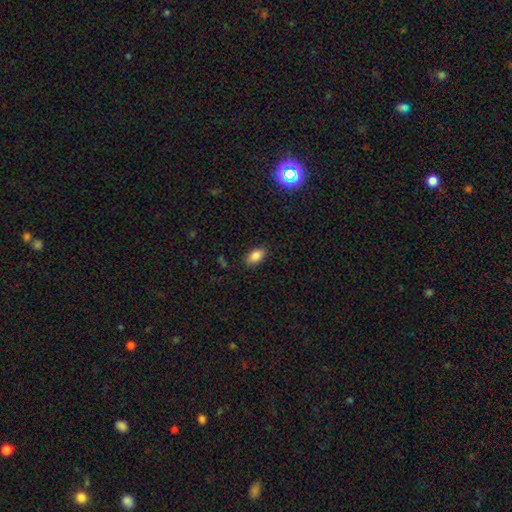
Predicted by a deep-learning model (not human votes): This is clearly a smooth galaxy (86%). How rounded: clearly in between (92%). Merging: clearly none (85%).